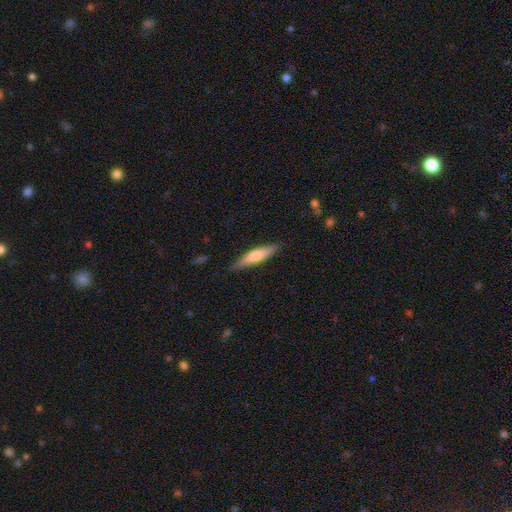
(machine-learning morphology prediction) Smooth or featured: smooth — 62% (featured or disk — 33%)
How rounded: cigar-shaped — 79% (in between — 19%)
Merging: none — 85% (minor disturbance — 12%)